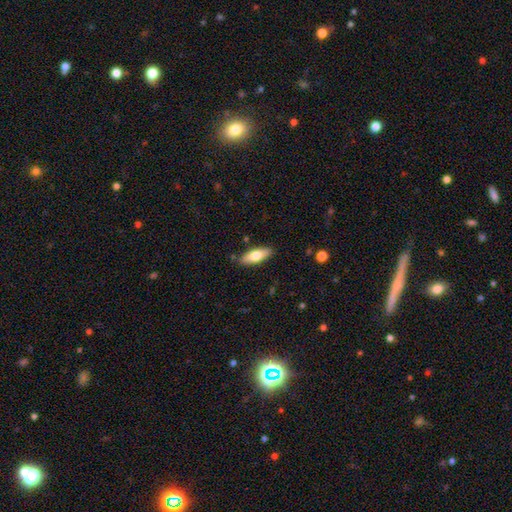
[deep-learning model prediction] Q: Smooth or featured?
A: smooth (68%); runner-up: featured or disk (26%)
Q: How rounded?
A: in between (68%); runner-up: cigar-shaped (30%)
Q: Merging?
A: none (85%); runner-up: minor disturbance (11%)